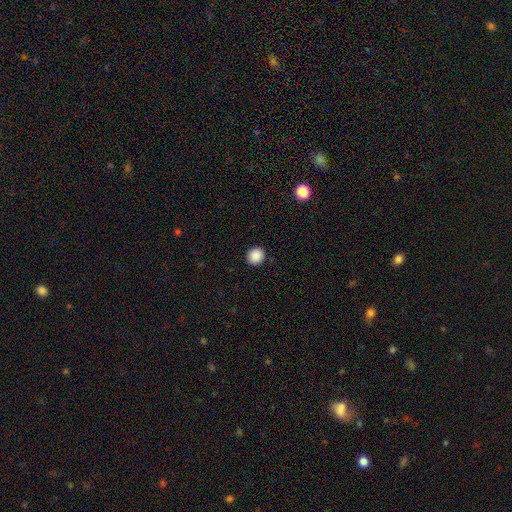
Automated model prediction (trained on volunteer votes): Q: Smooth or featured?
A: smooth (89%); runner-up: star or artifact (9%)
Q: How rounded?
A: round (89%); runner-up: in between (10%)
Q: Merging?
A: none (92%); runner-up: minor disturbance (5%)